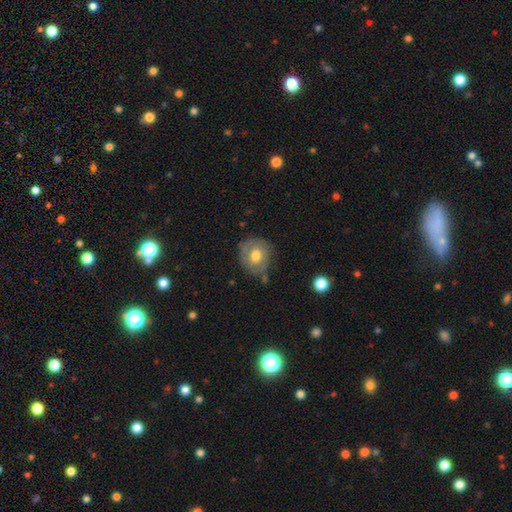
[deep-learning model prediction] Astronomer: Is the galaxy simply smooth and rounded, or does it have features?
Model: smooth — 59%.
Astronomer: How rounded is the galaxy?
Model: round — 74%.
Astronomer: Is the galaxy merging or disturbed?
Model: none — 64%.